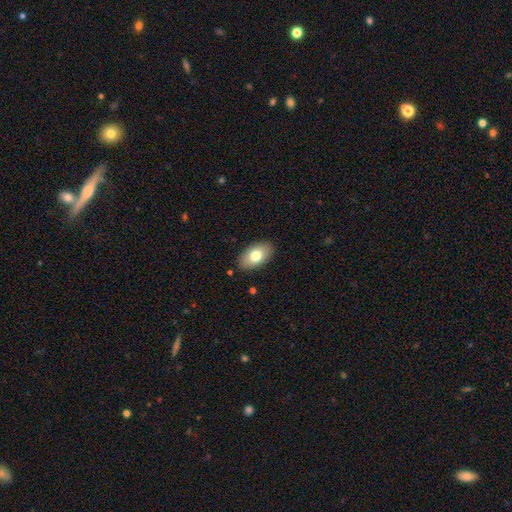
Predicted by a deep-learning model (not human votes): The model was most divided on "smooth or featured": smooth: 75%, featured or disk: 18%, star or artifact: 7%. More confident: how rounded — in between (94%); merging — none (87%).